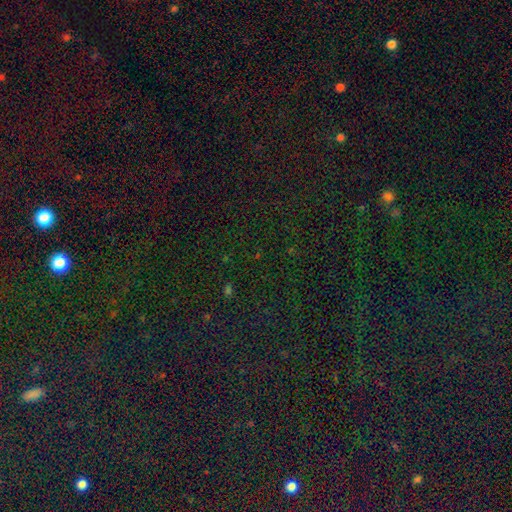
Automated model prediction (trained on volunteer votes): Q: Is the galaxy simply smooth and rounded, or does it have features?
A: star or artifact — 82%.